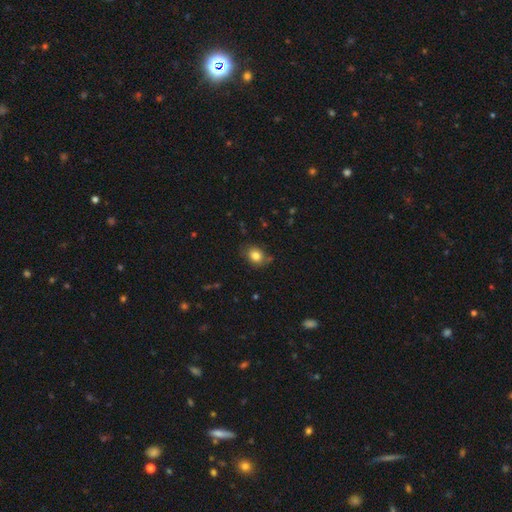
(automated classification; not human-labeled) Smooth or featured?
  - smooth: 82% *
  - star or artifact: 10%
  - featured or disk: 8%
How rounded?
  - round: 55% *
  - in between: 44%
  - cigar-shaped: 1%
Merging?
  - none: 76% *
  - minor disturbance: 17%
  - major disturbance: 4%
  - merger: 3%